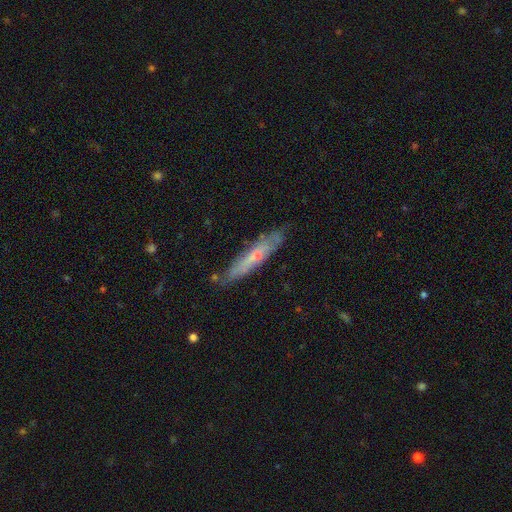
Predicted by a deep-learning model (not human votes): Smooth or featured?
  - featured or disk: 51% *
  - smooth: 42%
  - star or artifact: 7%
Edge-on disk?
  - yes: 69% *
  - no: 31%
Merging?
  - none: 76% *
  - minor disturbance: 18%
  - major disturbance: 4%
  - merger: 2%